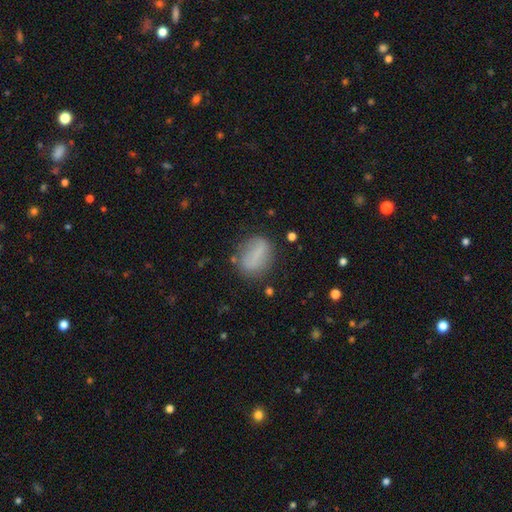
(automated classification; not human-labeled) Smooth or featured? Predicted: smooth (p=0.69). How rounded? Predicted: in between (p=0.67). Merging? Predicted: none (p=0.69).